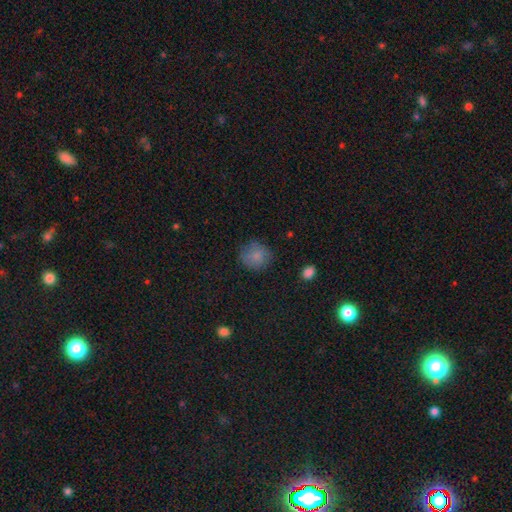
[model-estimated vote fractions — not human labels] A smooth galaxy with no disk features (81%) that is round (87%). Merging: none (78%).